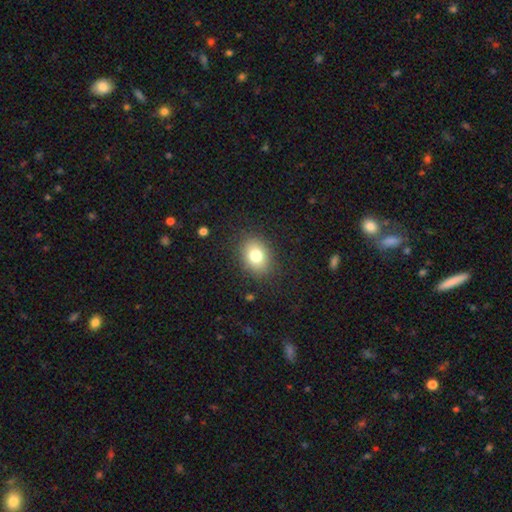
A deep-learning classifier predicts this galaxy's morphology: This appears to be a smooth galaxy with no disk features (78%) that is in between round and cigar-shaped (58%). Merging: none (86%).